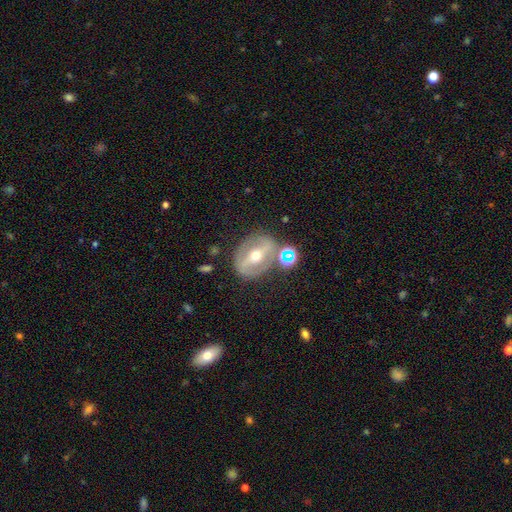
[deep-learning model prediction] smooth-or-featured: featured or disk: 76% | smooth: 16% | star or artifact: 7%
  disk-edge-on: no: 91% | yes: 9%
    bar: strong: 60% | weak: 26% | no: 14%
    has-spiral-arms: yes: 51% | no: 49%
    bulge-size: moderate: 67% | small: 29% | large: 3% | none: 1% | dominant: 1%
  merging: none: 66% | minor disturbance: 16% | merger: 11% | major disturbance: 7%